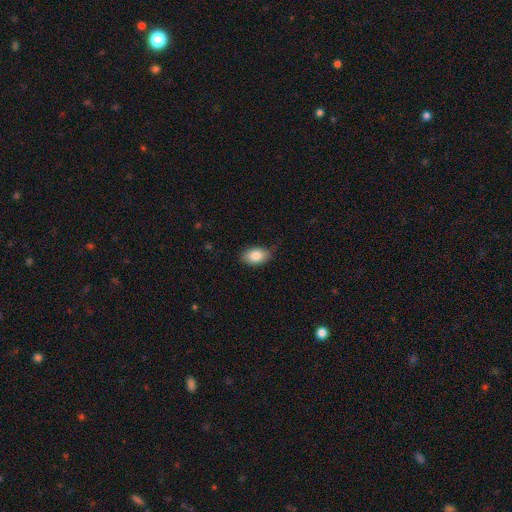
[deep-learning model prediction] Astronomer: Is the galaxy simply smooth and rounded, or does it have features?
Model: smooth — 85%.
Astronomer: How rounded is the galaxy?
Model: in between — 90%.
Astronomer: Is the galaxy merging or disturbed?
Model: none — 80%.